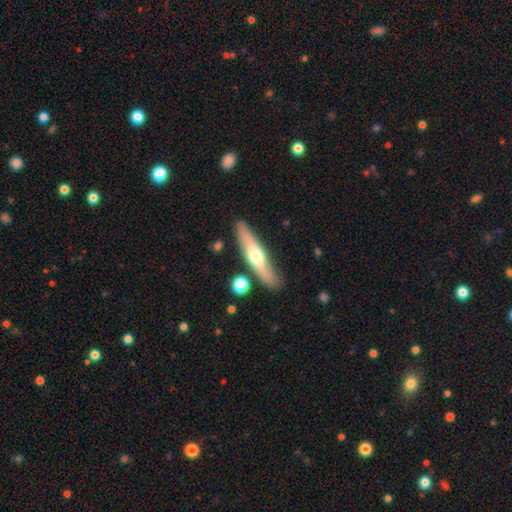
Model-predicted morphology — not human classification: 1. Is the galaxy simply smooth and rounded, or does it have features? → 49% featured or disk, 46% smooth, 5% star or artifact.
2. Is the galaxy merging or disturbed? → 84% none, 10% minor disturbance, 4% merger, 2% major disturbance.